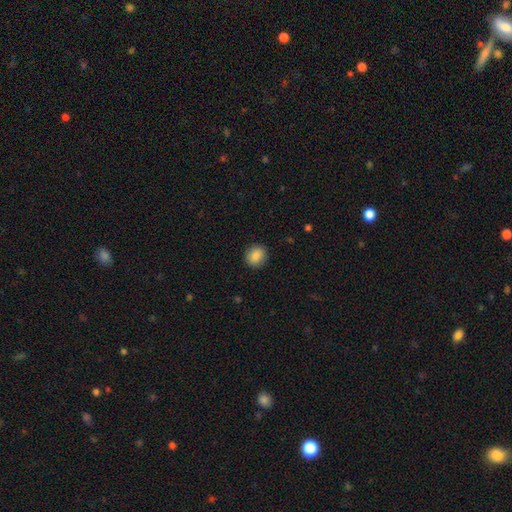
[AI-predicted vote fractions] This appears to be a smooth galaxy with no disk features (86%) that is round (79%). Merging: none (90%).